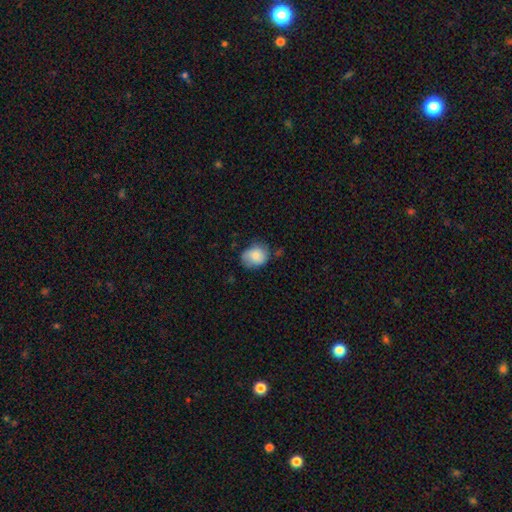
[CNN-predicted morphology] Smooth or featured: smooth — 80% (featured or disk — 12%)
How rounded: round — 58% (in between — 41%)
Merging: none — 64% (minor disturbance — 27%)